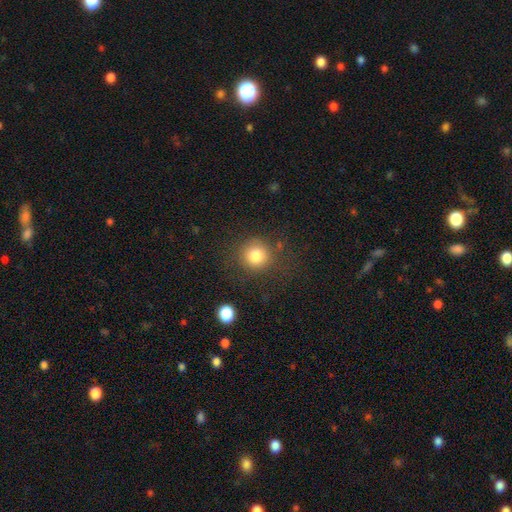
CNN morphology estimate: Smooth or featured?
  - smooth: 80% *
  - star or artifact: 12%
  - featured or disk: 8%
How rounded?
  - round: 93% *
  - in between: 6%
  - cigar-shaped: 1%
Merging?
  - none: 81% *
  - minor disturbance: 10%
  - major disturbance: 6%
  - merger: 3%